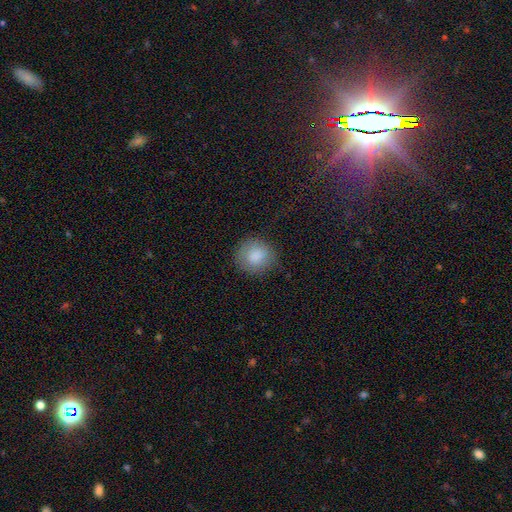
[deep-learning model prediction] A smooth galaxy with no disk features (85%) that is round (90%).

Vote fractions:
- Smooth or featured? smooth: 85% / star or artifact: 8% / featured or disk: 7%
- How rounded? round: 90% / in between: 9% / cigar-shaped: 1%
- Merging? none: 78% / minor disturbance: 15% / major disturbance: 5% / merger: 1%